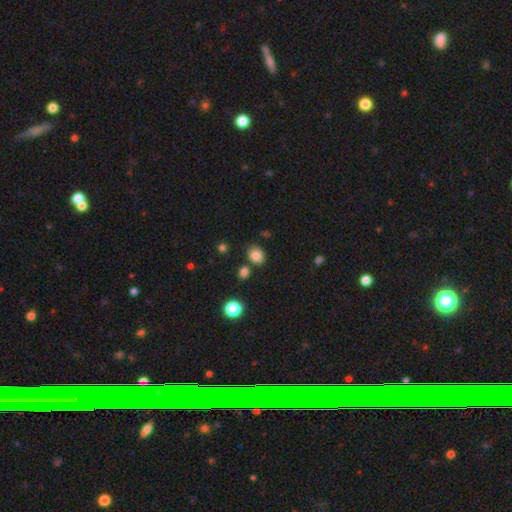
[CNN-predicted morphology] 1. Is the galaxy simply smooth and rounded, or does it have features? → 83% smooth, 11% star or artifact, 5% featured or disk.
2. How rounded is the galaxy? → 50% in between, 49% round, 1% cigar-shaped.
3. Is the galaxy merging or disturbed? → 75% none, 13% minor disturbance, 9% merger, 3% major disturbance.